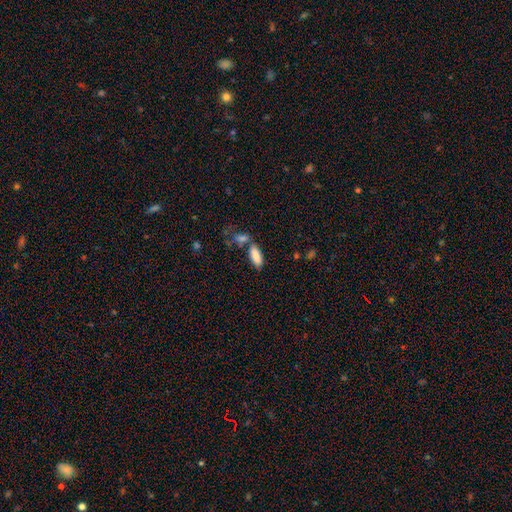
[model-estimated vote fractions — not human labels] Overall: smooth (85%). How rounded: in between (78%). Merging: none (57%; merger 24%).